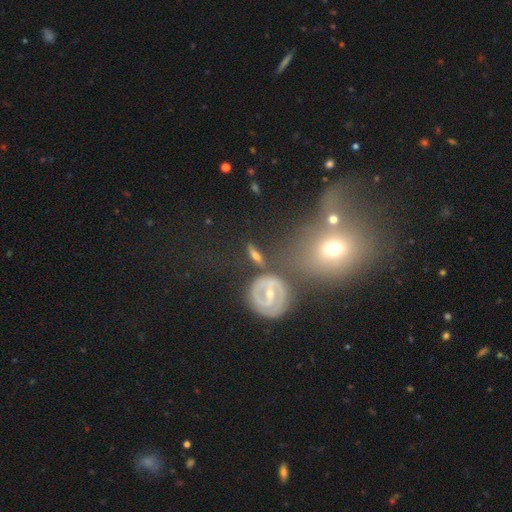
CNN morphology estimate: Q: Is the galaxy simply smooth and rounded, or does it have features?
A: featured or disk — 43%, tied with smooth.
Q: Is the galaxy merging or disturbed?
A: none — 73%.